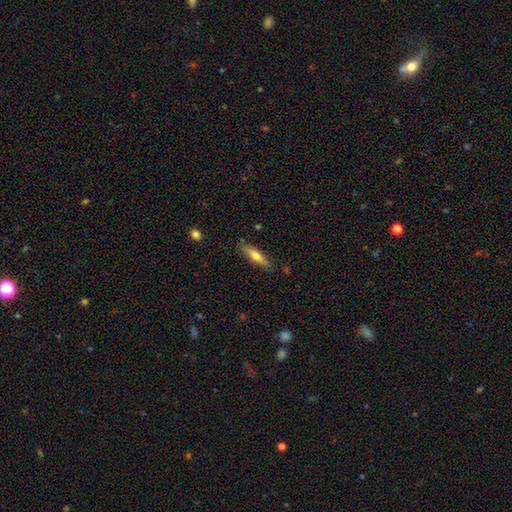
Smooth or featured: featured or disk — 57% (smooth — 40%)
Edge-on disk: yes — 87% (no — 13%)
Edge-on bulge: rounded — 95% (none — 5%)
Merging: none — 72% (minor disturbance — 13%)